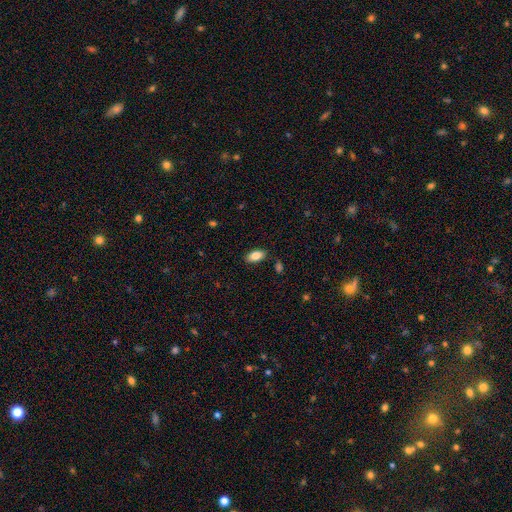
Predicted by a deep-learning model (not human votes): Q: Smooth or featured?
A: smooth (83%); runner-up: featured or disk (10%)
Q: How rounded?
A: in between (91%); runner-up: cigar-shaped (6%)
Q: Merging?
A: none (87%); runner-up: minor disturbance (10%)